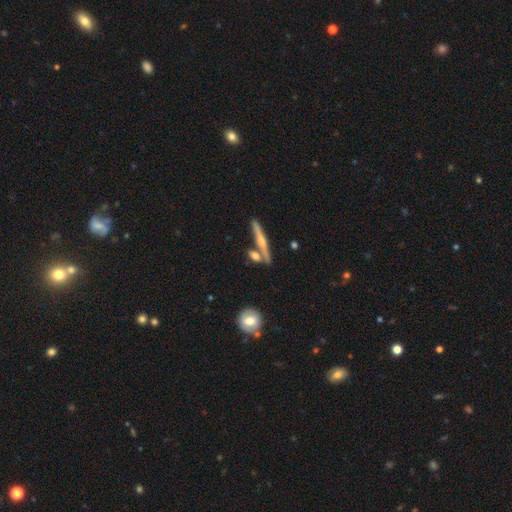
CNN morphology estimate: Smooth or featured: featured or disk — 55% (smooth — 38%)
Edge-on disk: yes — 92% (no — 8%)
Edge-on bulge: rounded — 83% (none — 11%)
Merging: none — 68% (merger — 19%)